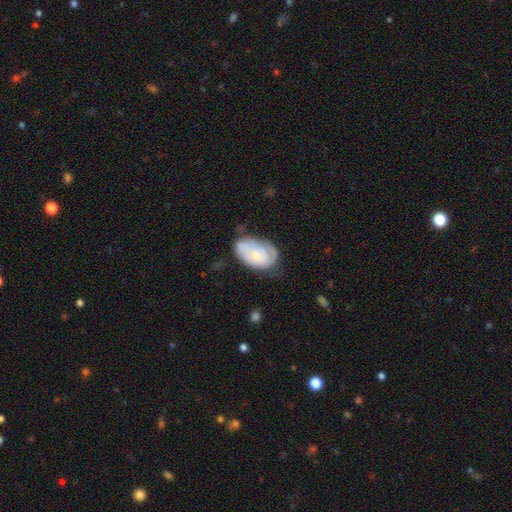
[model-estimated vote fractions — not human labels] Q: Smooth or featured?
A: smooth (50%); runner-up: featured or disk (43%)
Q: How rounded?
A: in between (89%); runner-up: round (9%)
Q: Merging?
A: none (50%); runner-up: minor disturbance (33%)